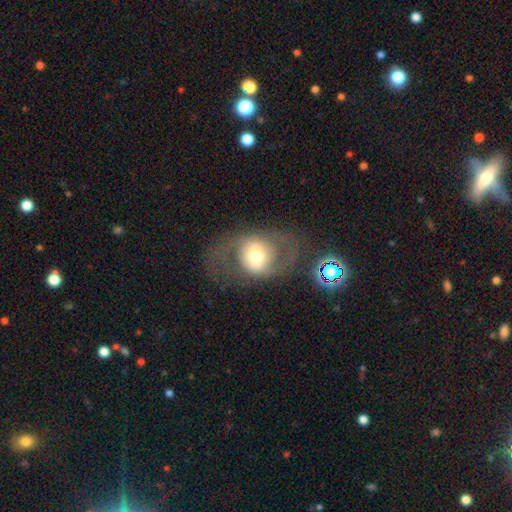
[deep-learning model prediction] The model was most divided on "spiral arms": yes: 52%, no: 48%. More confident: edge-on disk — no (94%); bulge size — moderate (62%); merging — none (61%); bar — no (58%); smooth or featured — featured or disk (55%).